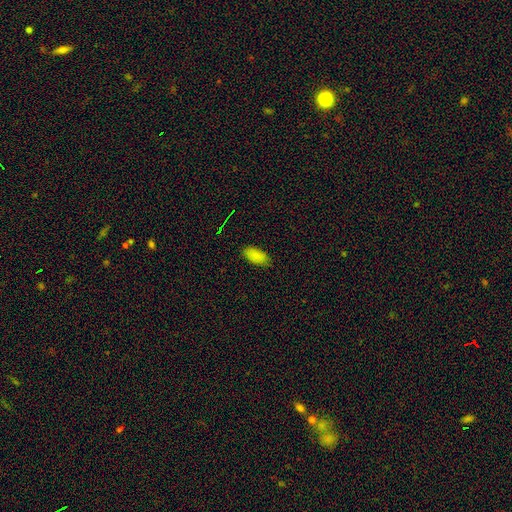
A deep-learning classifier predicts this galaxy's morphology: Smooth or featured: smooth — 85% (star or artifact — 10%)
How rounded: in between — 93% (cigar-shaped — 5%)
Merging: none — 83% (minor disturbance — 13%)